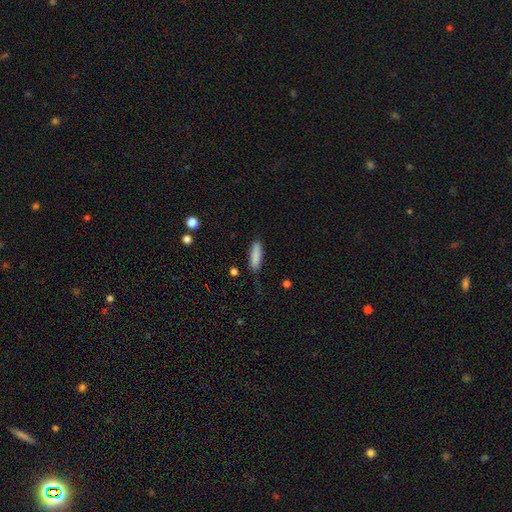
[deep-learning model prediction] Smooth or featured? Predicted: smooth (p=0.86). How rounded? Predicted: cigar-shaped (p=0.57). Merging? Predicted: none (p=0.64).